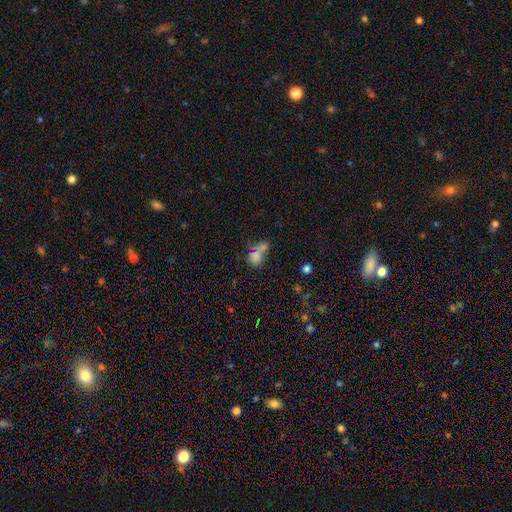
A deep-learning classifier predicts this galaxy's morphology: Smooth or featured? Predicted: smooth (p=0.74). How rounded? Predicted: in between (p=0.52). Merging? Predicted: merger (p=0.56).